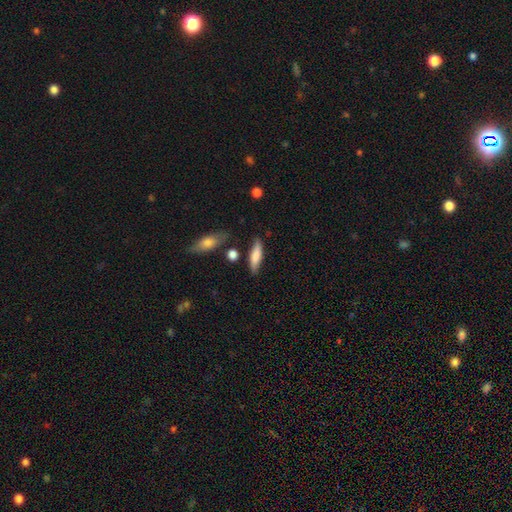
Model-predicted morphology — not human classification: A smooth galaxy with no disk features (71%) that is cigar-shaped (64%).

Vote fractions:
- Smooth or featured? smooth: 71% / featured or disk: 22% / star or artifact: 6%
- How rounded? cigar-shaped: 64% / in between: 33% / round: 3%
- Merging? none: 75% / minor disturbance: 16% / merger: 4% / major disturbance: 4%